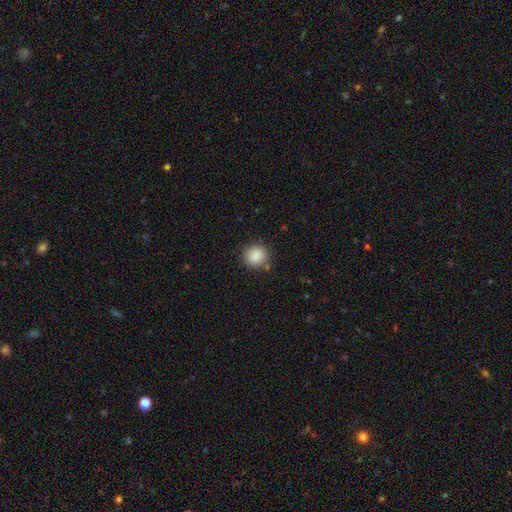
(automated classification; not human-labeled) Smooth or featured: smooth — 88% (star or artifact — 9%)
How rounded: round — 89% (in between — 10%)
Merging: none — 85% (minor disturbance — 9%)